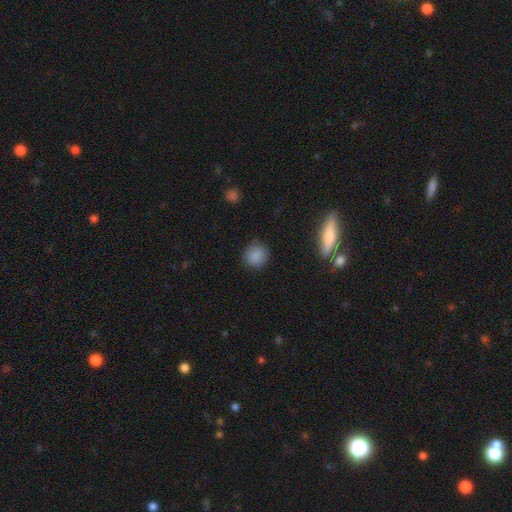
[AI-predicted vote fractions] The model was most divided on "merging": none: 83%, minor disturbance: 12%, major disturbance: 3%, merger: 1%. More confident: how rounded — round (86%); smooth or featured — smooth (85%).